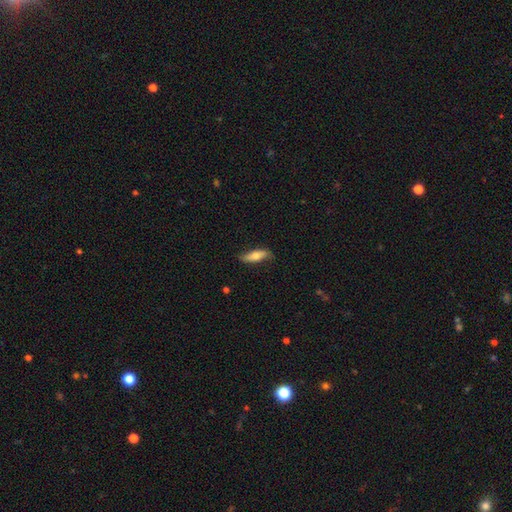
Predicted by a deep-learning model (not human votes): Q: Smooth or featured?
A: smooth (58%); runner-up: featured or disk (36%)
Q: How rounded?
A: in between (52%); runner-up: cigar-shaped (45%)
Q: Merging?
A: none (77%); runner-up: minor disturbance (18%)